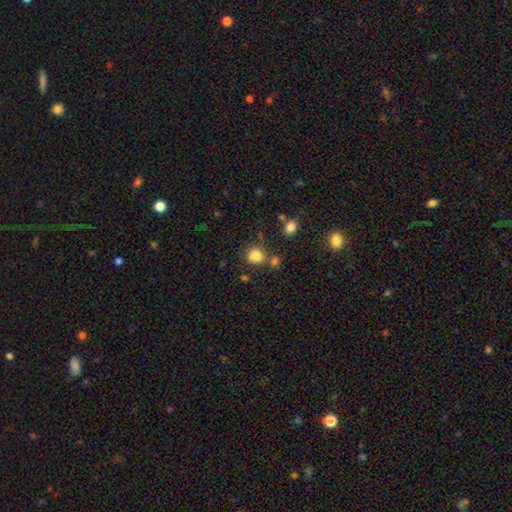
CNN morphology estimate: Smooth or featured? Predicted: smooth (p=0.82). How rounded? Predicted: round (p=0.80). Merging? Predicted: none (p=0.70).